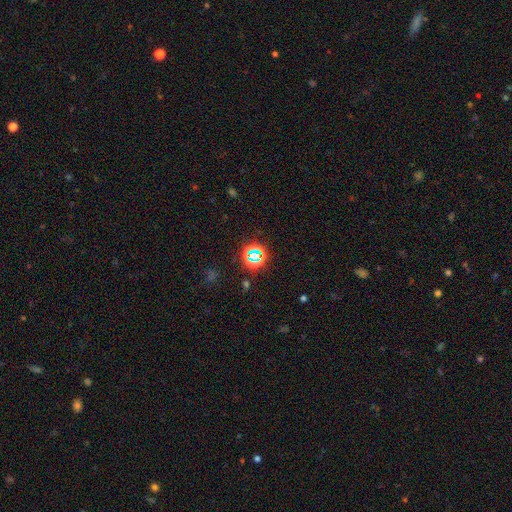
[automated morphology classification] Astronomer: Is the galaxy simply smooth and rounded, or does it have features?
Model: star or artifact — 69%.